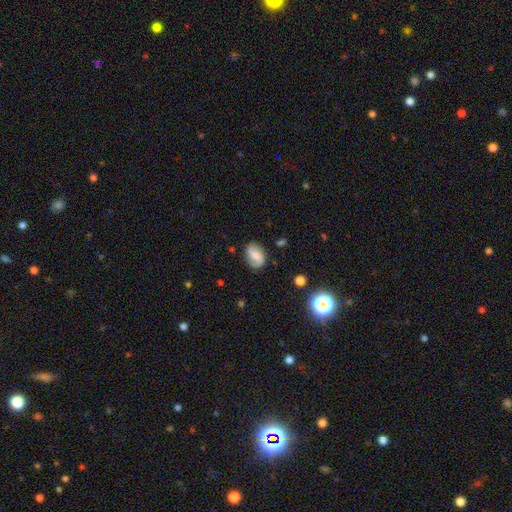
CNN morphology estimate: Q: Smooth or featured?
A: smooth (56%); runner-up: featured or disk (34%)
Q: How rounded?
A: in between (81%); runner-up: round (17%)
Q: Merging?
A: none (73%); runner-up: minor disturbance (19%)